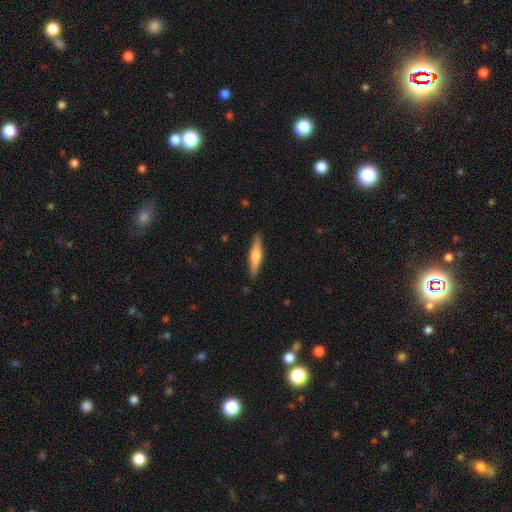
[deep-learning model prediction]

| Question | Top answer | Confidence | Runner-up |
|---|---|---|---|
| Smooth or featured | smooth | 56% | featured or disk (39%) |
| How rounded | cigar-shaped | 82% | in between (16%) |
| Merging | none | 89% | minor disturbance (8%) |